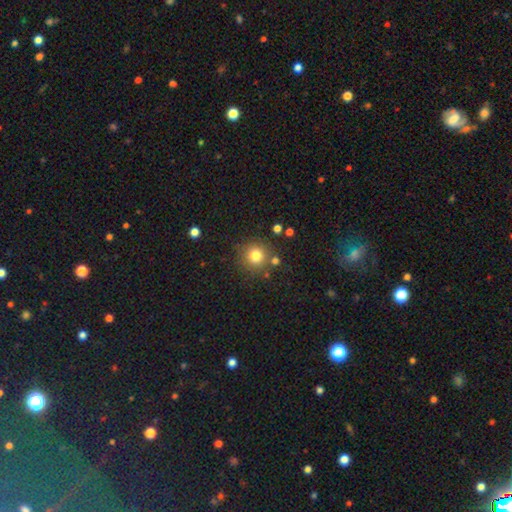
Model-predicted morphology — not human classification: A smooth galaxy with no disk features (80%) that is round (93%).

Vote fractions:
- Smooth or featured? smooth: 80% / star or artifact: 13% / featured or disk: 7%
- How rounded? round: 93% / in between: 6% / cigar-shaped: 1%
- Merging? none: 80% / minor disturbance: 9% / merger: 7% / major disturbance: 3%